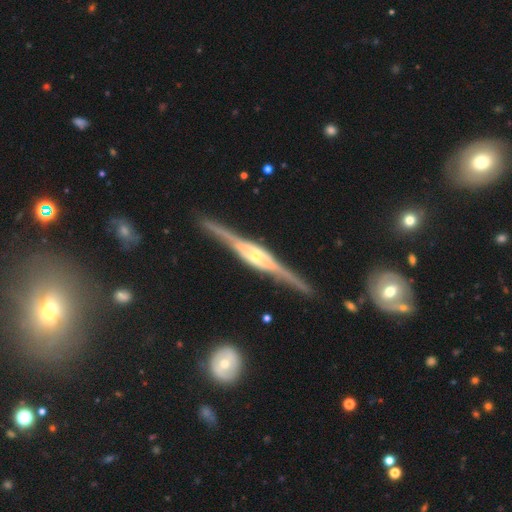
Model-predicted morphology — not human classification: This appears to be a featured or disk galaxy (90%) viewed edge-on (97%) with a rounded central bulge (64%). Merging: none (84%).